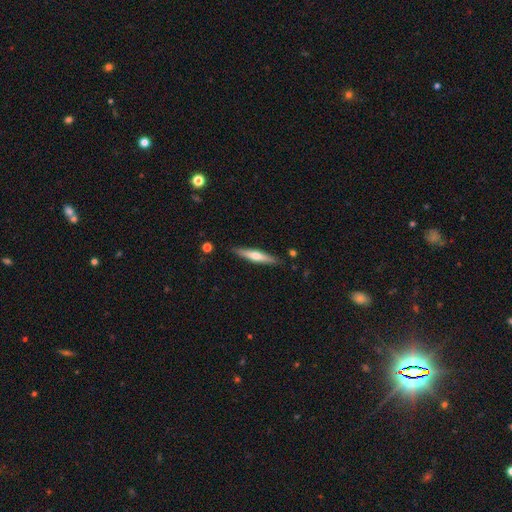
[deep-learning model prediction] Smooth or featured: featured or disk — 49% (smooth — 46%)
Merging: none — 88% (minor disturbance — 9%)